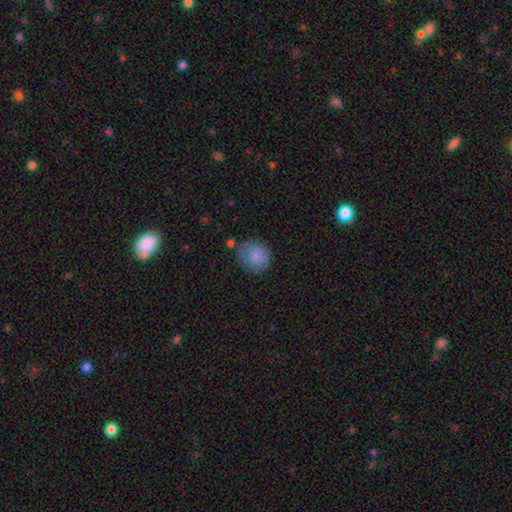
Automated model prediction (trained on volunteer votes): This is clearly a smooth galaxy (83%). How rounded: clearly round (86%). Merging: likely none (70%).